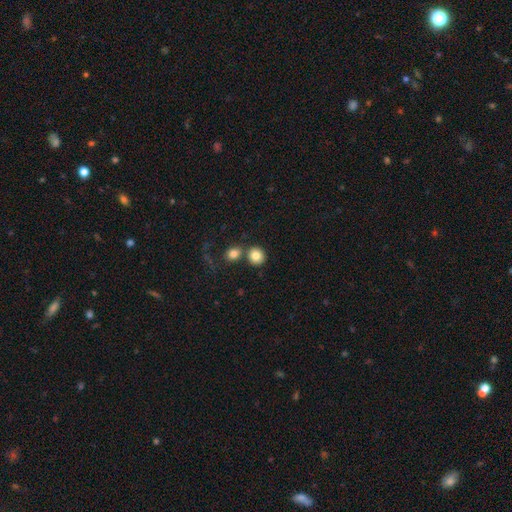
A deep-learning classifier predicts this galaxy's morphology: smooth 82%, star or artifact 10%, featured or disk 8%. Down the decision tree: how rounded — round (85%); merging — none (67%).